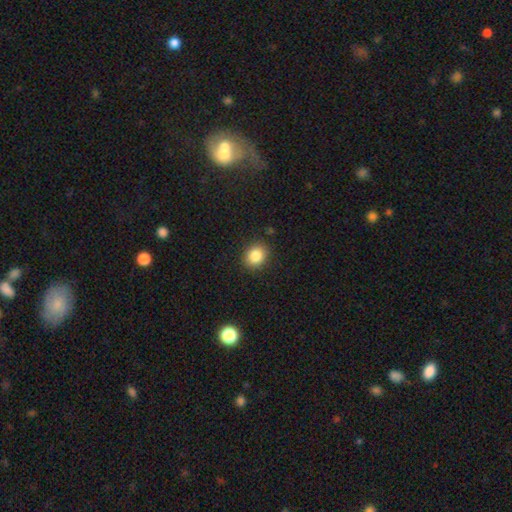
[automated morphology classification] type=smooth (85%); roundness=round (63%); merging=none (88%).